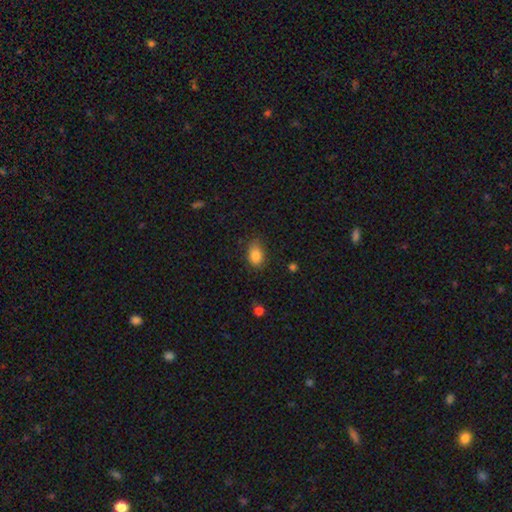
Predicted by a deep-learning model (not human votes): smooth_or_featured: smooth (p=0.83) [alt: star or artifact p=0.10]
how_rounded: in between (p=0.80) [alt: round p=0.19]
merging: none (p=0.67) [alt: minor disturbance p=0.26]